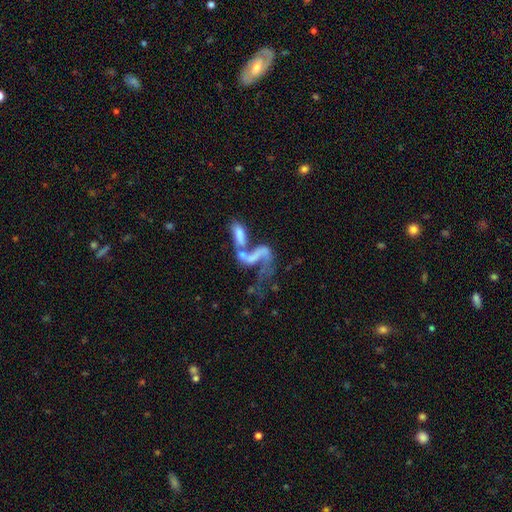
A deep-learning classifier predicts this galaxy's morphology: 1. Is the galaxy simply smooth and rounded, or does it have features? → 56% featured or disk, 31% smooth, 12% star or artifact.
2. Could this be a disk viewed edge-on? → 93% no, 7% yes.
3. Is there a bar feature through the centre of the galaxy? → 68% no, 20% weak, 12% strong.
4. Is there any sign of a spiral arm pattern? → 57% no, 43% yes.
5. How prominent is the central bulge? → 63% none, 19% small, 11% moderate, 5% large, 2% dominant.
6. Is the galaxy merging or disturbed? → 62% merger, 21% major disturbance, 12% none, 6% minor disturbance.